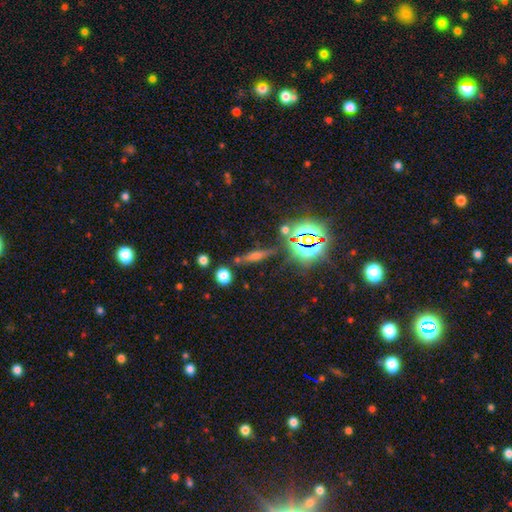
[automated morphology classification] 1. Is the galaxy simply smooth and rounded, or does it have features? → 34% smooth, 33% star or artifact, 33% featured or disk.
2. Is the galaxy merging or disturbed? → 80% none, 11% minor disturbance, 5% merger, 4% major disturbance.